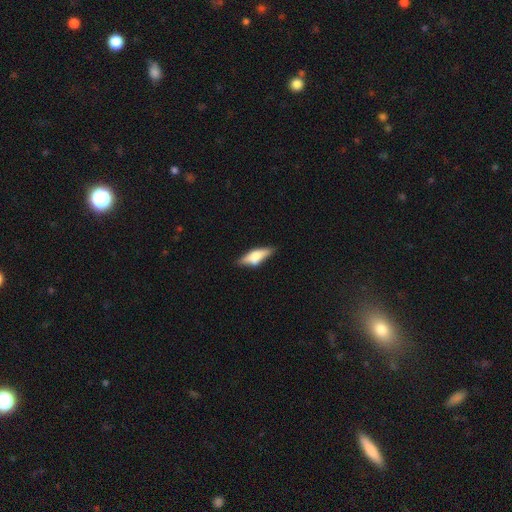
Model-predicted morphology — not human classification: Overall: smooth (57%; featured or disk 37%). How rounded: in between (57%; cigar-shaped 40%). Merging: none (76%).